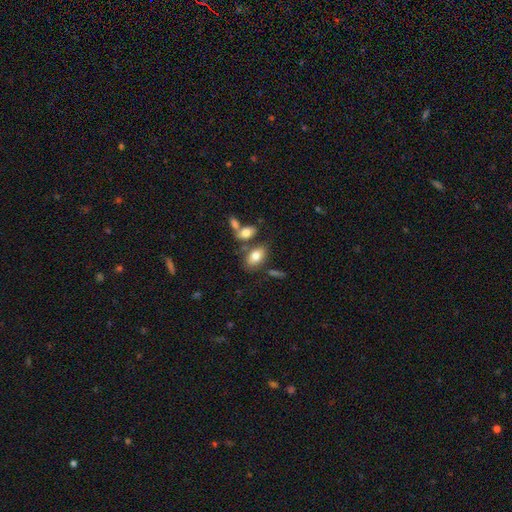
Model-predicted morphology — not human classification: A smooth galaxy with no disk features (77%) that is in between round and cigar-shaped (90%). Merging: none (58%).